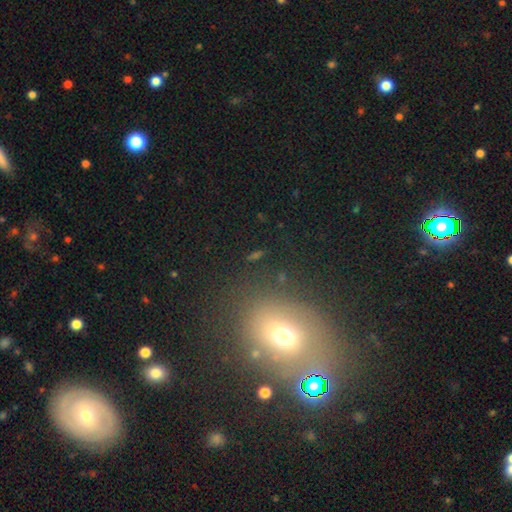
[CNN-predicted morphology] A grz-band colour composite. It shows a smooth galaxy with no disk features (48%). Merging: none (74%).